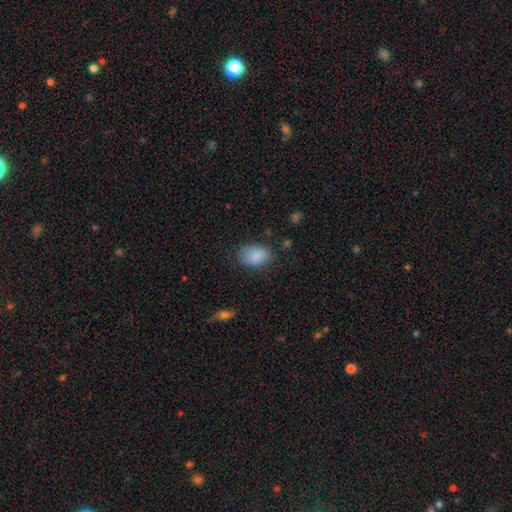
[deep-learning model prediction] A smooth galaxy with no disk features (86%) that is in between round and cigar-shaped (85%). Merging: none (73%).